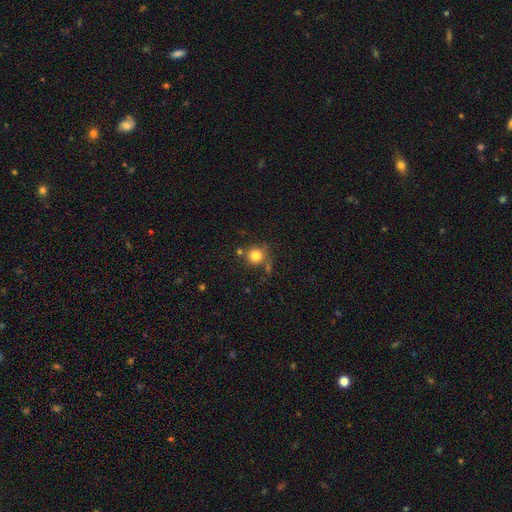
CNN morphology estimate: A smooth galaxy with no disk features (81%) that is round (91%). Merging: none (66%).